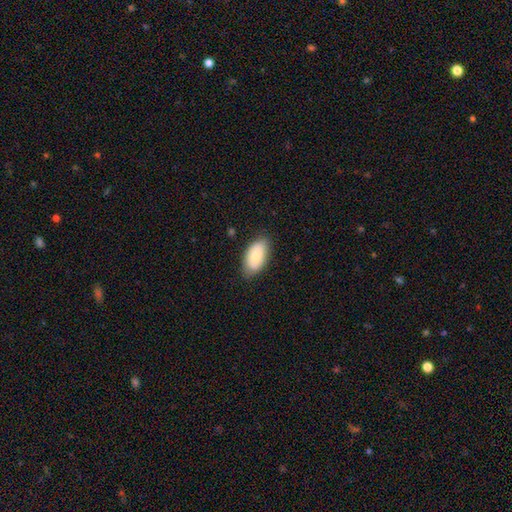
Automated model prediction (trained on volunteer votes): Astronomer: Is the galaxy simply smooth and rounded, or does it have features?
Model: smooth — 76%.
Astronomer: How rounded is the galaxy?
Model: in between — 94%.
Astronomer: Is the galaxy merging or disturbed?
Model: none — 79%.